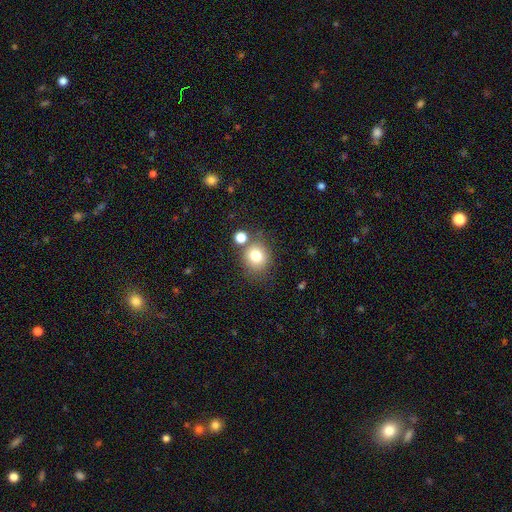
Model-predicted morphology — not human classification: Smooth or featured?
  - smooth: 78% *
  - star or artifact: 12%
  - featured or disk: 10%
How rounded?
  - round: 81% *
  - in between: 18%
  - cigar-shaped: 1%
Merging?
  - none: 69% *
  - merger: 15%
  - minor disturbance: 12%
  - major disturbance: 4%